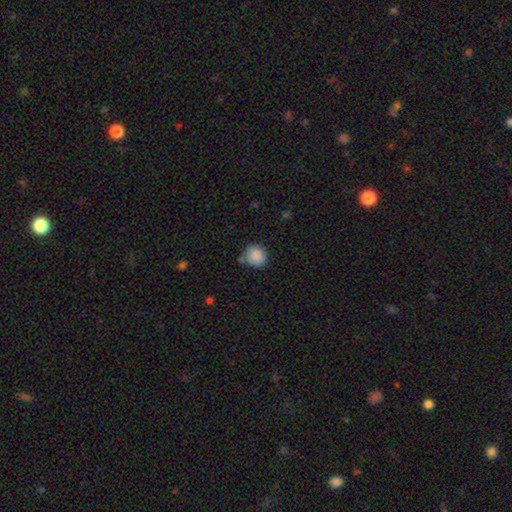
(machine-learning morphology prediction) Smooth or featured: smooth — 88% (star or artifact — 8%)
How rounded: round — 84% (in between — 15%)
Merging: none — 77% (minor disturbance — 13%)